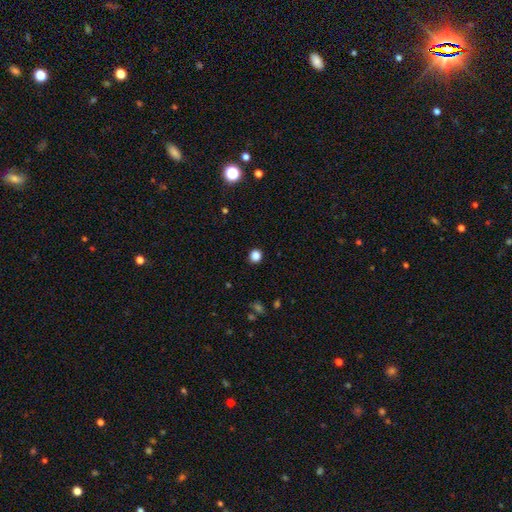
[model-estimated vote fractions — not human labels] The model was most divided on "smooth or featured": smooth: 85%, star or artifact: 12%, featured or disk: 3%. More confident: merging — none (92%); how rounded — round (89%).